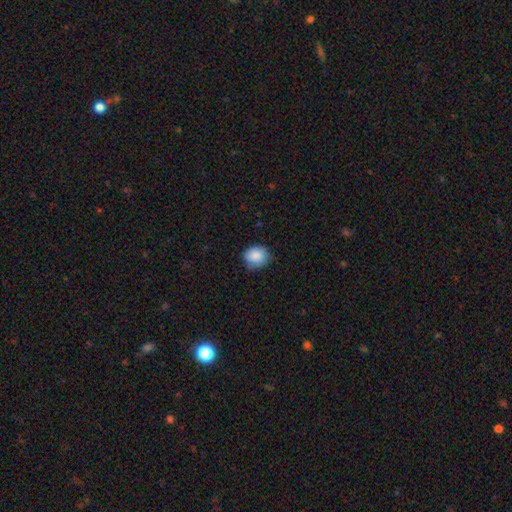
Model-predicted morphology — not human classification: Overall: smooth (86%). How rounded: round (59%; in between 40%). Merging: none (72%).